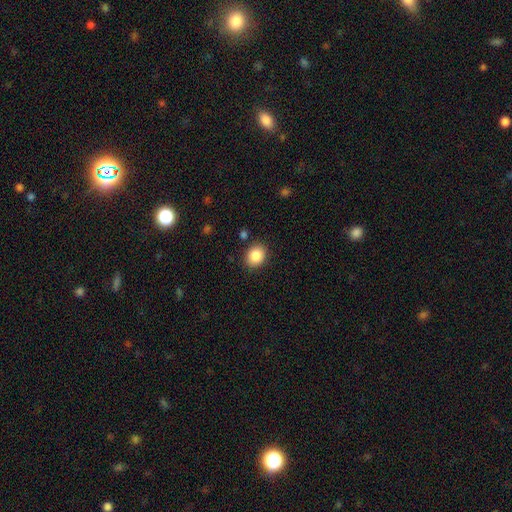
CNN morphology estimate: Smooth or featured? smooth (87%)
How rounded? round (52%)
Merging? none (87%)